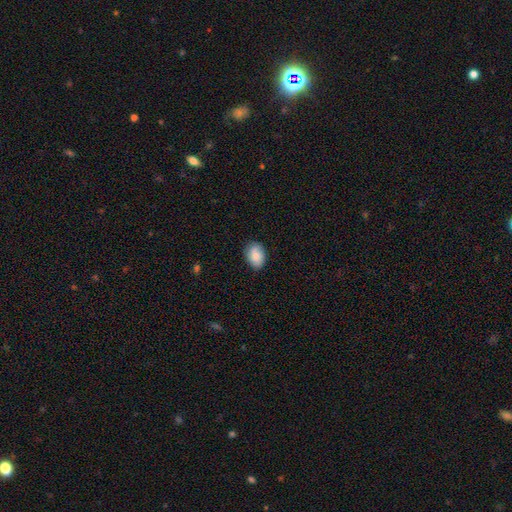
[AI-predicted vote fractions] Smooth or featured? Predicted: smooth (p=0.85). How rounded? Predicted: in between (p=0.79). Merging? Predicted: none (p=0.81).